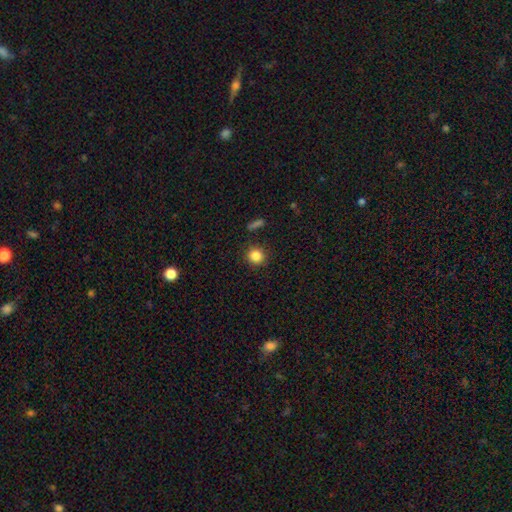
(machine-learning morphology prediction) The model was most divided on "smooth or featured": smooth: 85%, star or artifact: 11%, featured or disk: 5%. More confident: how rounded — round (90%); merging — none (89%).